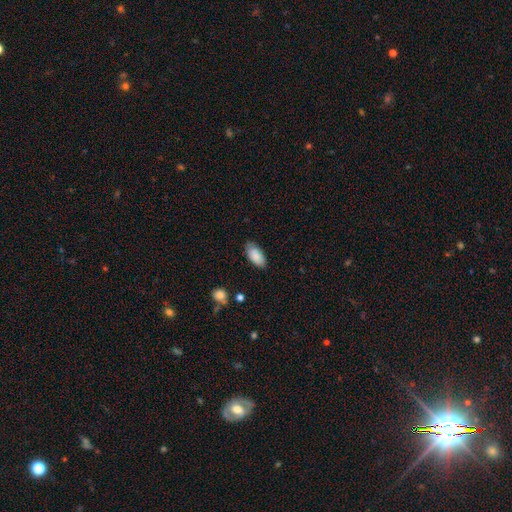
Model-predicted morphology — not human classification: The model was most divided on "merging": none: 77%, minor disturbance: 18%, major disturbance: 3%, merger: 1%. More confident: how rounded — in between (93%); smooth or featured — smooth (86%).